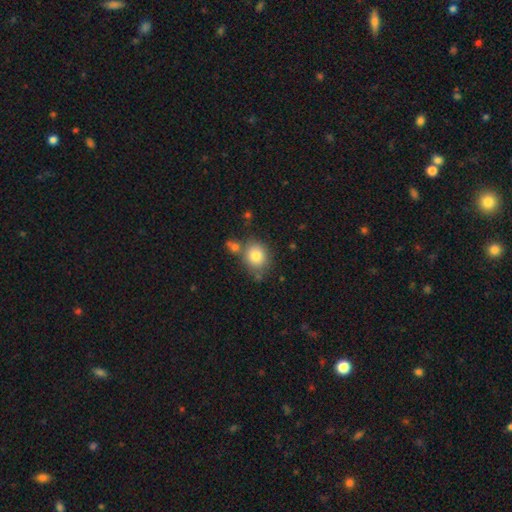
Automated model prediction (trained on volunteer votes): Smooth or featured? smooth (79%)
How rounded? round (74%)
Merging? none (65%)